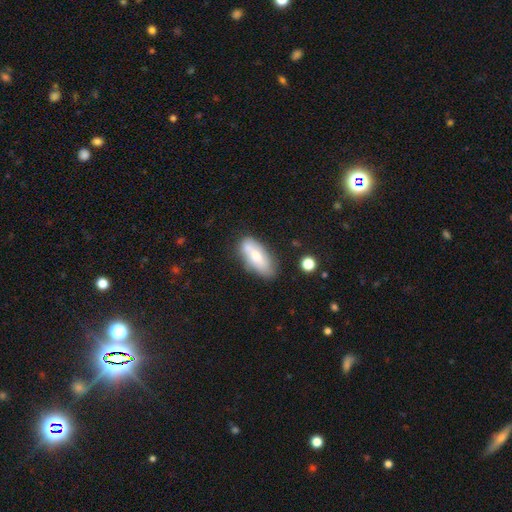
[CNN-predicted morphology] Smooth or featured?
  - smooth: 65% *
  - featured or disk: 29%
  - star or artifact: 7%
How rounded?
  - in between: 80% *
  - cigar-shaped: 18%
  - round: 2%
Merging?
  - none: 65% *
  - minor disturbance: 23%
  - merger: 6%
  - major disturbance: 6%